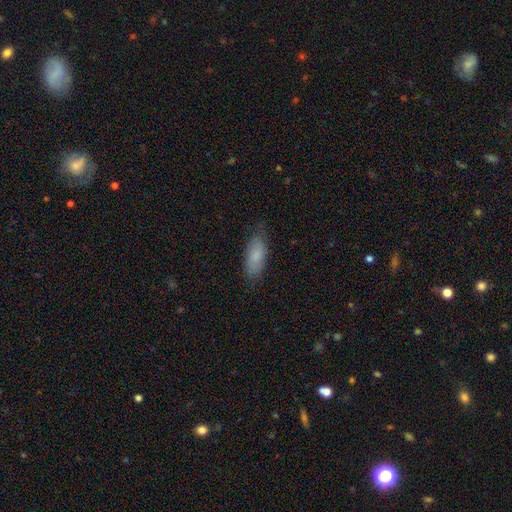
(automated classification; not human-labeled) smooth-or-featured: smooth: 82% | featured or disk: 12% | star or artifact: 6%
  how-rounded: in between: 80% | cigar-shaped: 18% | round: 2%
  merging: none: 73% | minor disturbance: 21% | major disturbance: 4% | merger: 1%